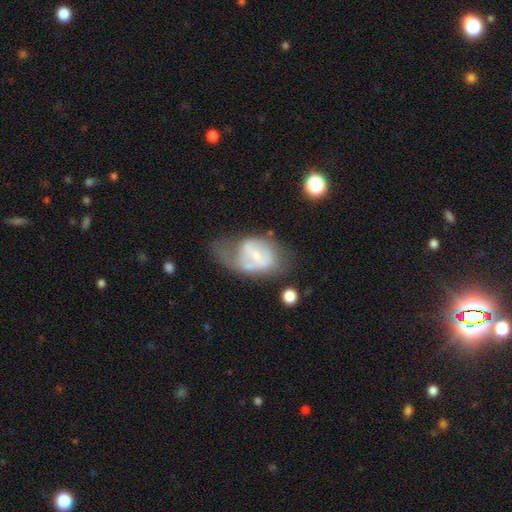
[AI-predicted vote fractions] Smooth or featured? featured or disk (63%)
Edge-on disk? no (96%)
Bar? weak (46%)
Spiral arms? yes (65%)
Bulge size? small (58%)
Merging? none (33%, tied with major disturbance)